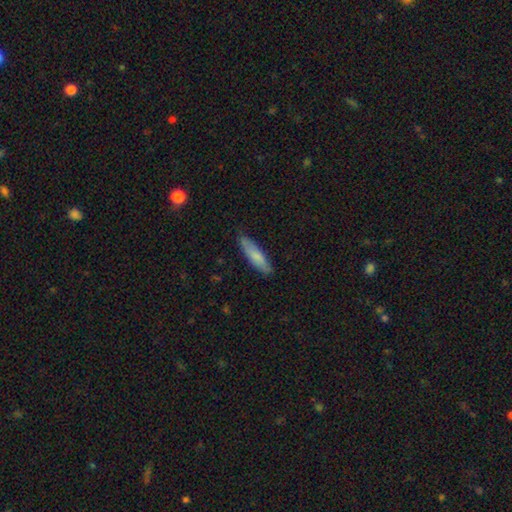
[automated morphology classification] A smooth galaxy with no disk features (78%) that is cigar-shaped (72%).

Vote fractions:
- Smooth or featured? smooth: 78% / featured or disk: 17% / star or artifact: 5%
- How rounded? cigar-shaped: 72% / in between: 27% / round: 1%
- Merging? none: 85% / minor disturbance: 12% / major disturbance: 2% / merger: 1%